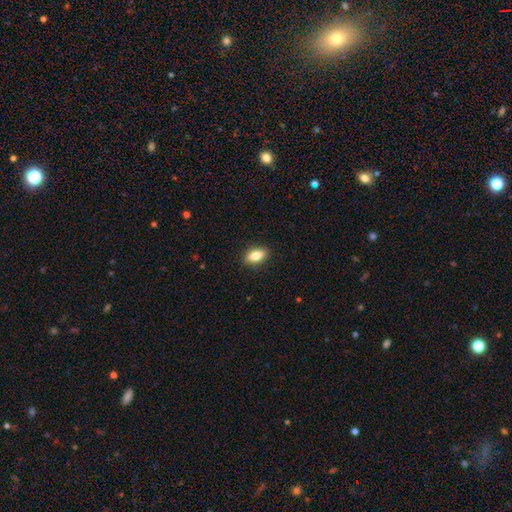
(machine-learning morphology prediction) This is clearly a smooth galaxy (83%). How rounded: clearly in between (88%). Merging: clearly none (89%).